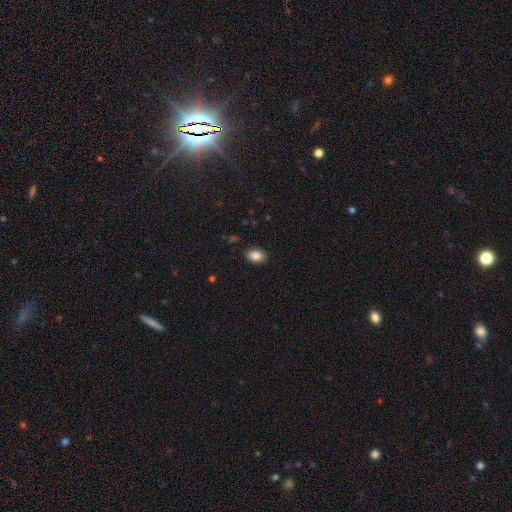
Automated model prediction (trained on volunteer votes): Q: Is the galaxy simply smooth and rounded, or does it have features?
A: smooth — 87%.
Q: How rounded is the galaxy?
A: in between — 73%.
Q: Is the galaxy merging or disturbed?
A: none — 89%.